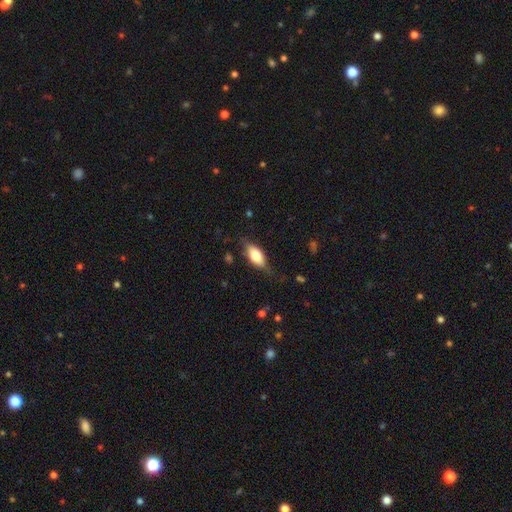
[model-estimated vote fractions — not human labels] Smooth or featured?
  - smooth: 65% *
  - featured or disk: 28%
  - star or artifact: 7%
How rounded?
  - in between: 82% *
  - cigar-shaped: 14%
  - round: 4%
Merging?
  - none: 69% *
  - minor disturbance: 22%
  - major disturbance: 7%
  - merger: 1%